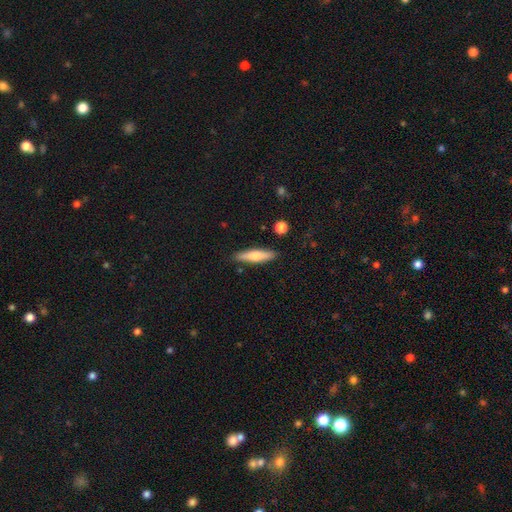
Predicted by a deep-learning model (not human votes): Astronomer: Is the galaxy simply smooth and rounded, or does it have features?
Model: smooth — 62%.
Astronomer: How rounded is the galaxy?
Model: cigar-shaped — 78%.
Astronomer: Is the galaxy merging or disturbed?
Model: none — 87%.